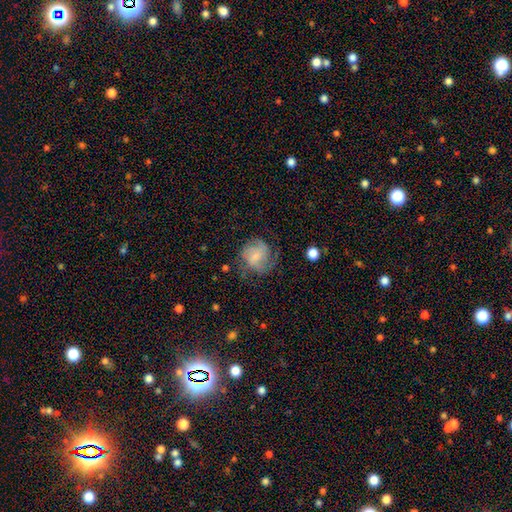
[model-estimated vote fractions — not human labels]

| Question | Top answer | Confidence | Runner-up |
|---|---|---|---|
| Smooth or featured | featured or disk | 46% | smooth (45%) |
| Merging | none | 53% | minor disturbance (25%) |